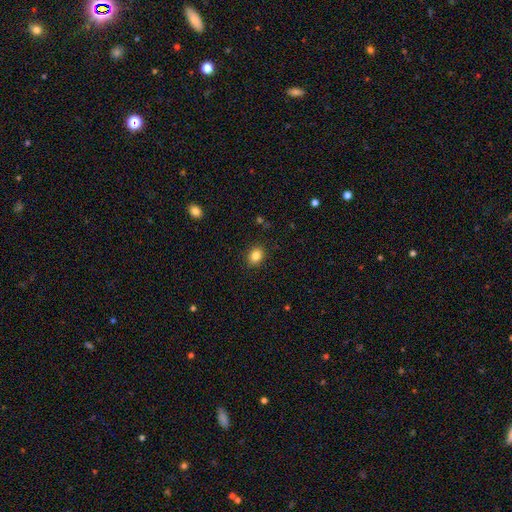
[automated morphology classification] The model was most divided on "how rounded": round: 52%, in between: 47%, cigar-shaped: 1%. More confident: merging — none (89%); smooth or featured — smooth (83%).